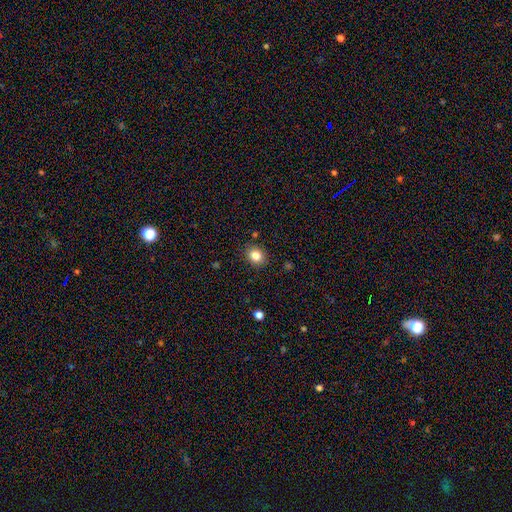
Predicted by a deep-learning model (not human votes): Smooth or featured?
  - smooth: 83% *
  - star or artifact: 11%
  - featured or disk: 6%
How rounded?
  - round: 69% *
  - in between: 31%
  - cigar-shaped: 1%
Merging?
  - none: 88% *
  - minor disturbance: 8%
  - major disturbance: 2%
  - merger: 1%